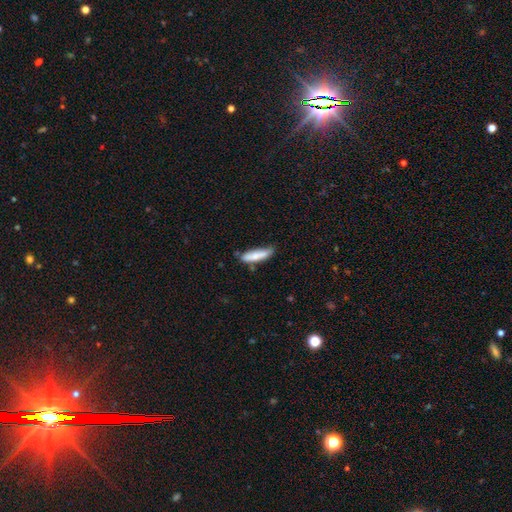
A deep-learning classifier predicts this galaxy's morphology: Smooth or featured? Predicted: smooth (p=0.78). How rounded? Predicted: cigar-shaped (p=0.70). Merging? Predicted: none (p=0.66).